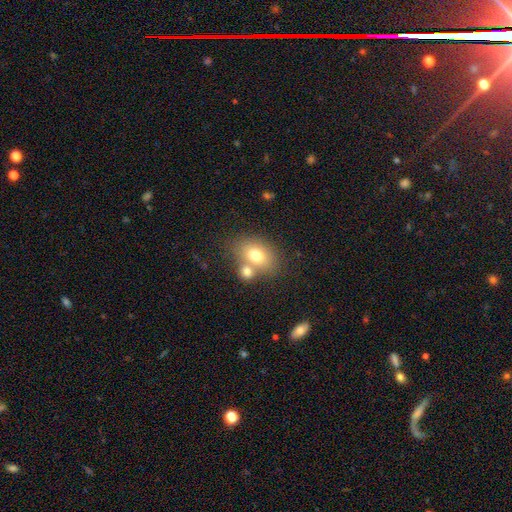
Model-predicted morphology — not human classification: Smooth or featured: smooth — 73% (featured or disk — 17%)
How rounded: in between — 72% (round — 27%)
Merging: none — 48% (merger — 38%)